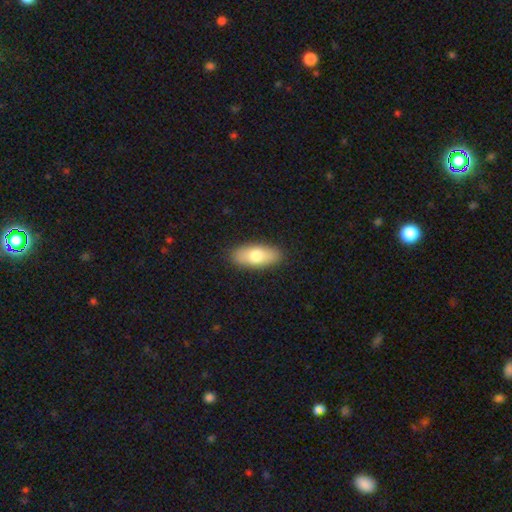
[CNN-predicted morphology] smooth-or-featured: smooth: 75% | featured or disk: 19% | star or artifact: 6%
  how-rounded: in between: 82% | cigar-shaped: 15% | round: 3%
  merging: none: 88% | minor disturbance: 9% | major disturbance: 2% | merger: 1%